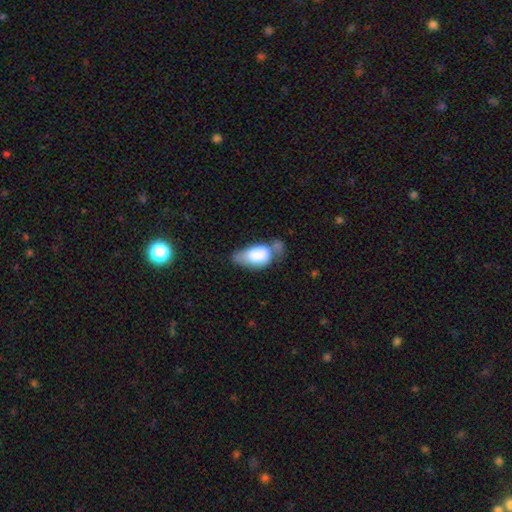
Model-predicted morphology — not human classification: type=smooth (74%); roundness=in between (92%); merging=minor disturbance (28%).